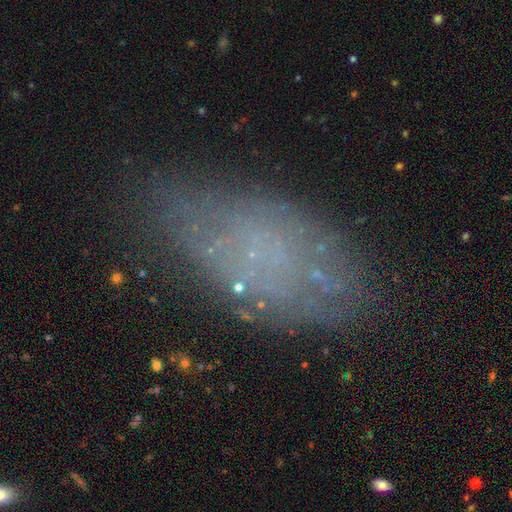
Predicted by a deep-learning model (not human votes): Q: Smooth or featured?
A: smooth (41%); tied with: featured or disk (41%)
Q: Merging?
A: none (64%); runner-up: minor disturbance (21%)